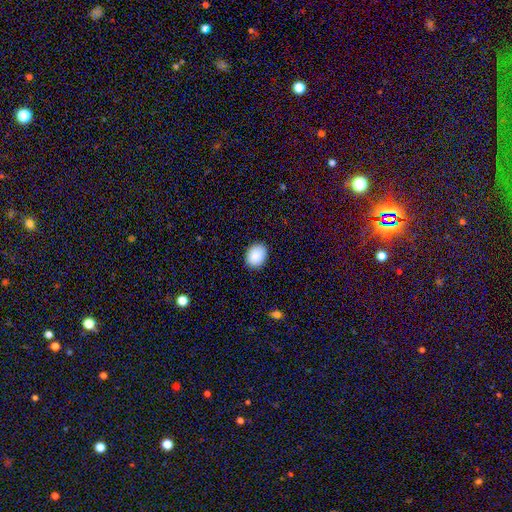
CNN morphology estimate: Smooth or featured? Predicted: smooth (p=0.89). How rounded? Predicted: in between (p=0.57). Merging? Predicted: none (p=0.89).